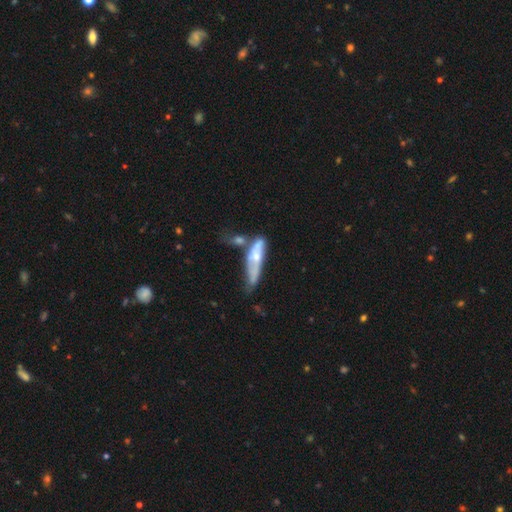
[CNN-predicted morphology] Smooth or featured?
  - featured or disk: 48% *
  - smooth: 45%
  - star or artifact: 6%
Merging?
  - merger: 37% *
  - none: 23%
  - minor disturbance: 22%
  - major disturbance: 18%